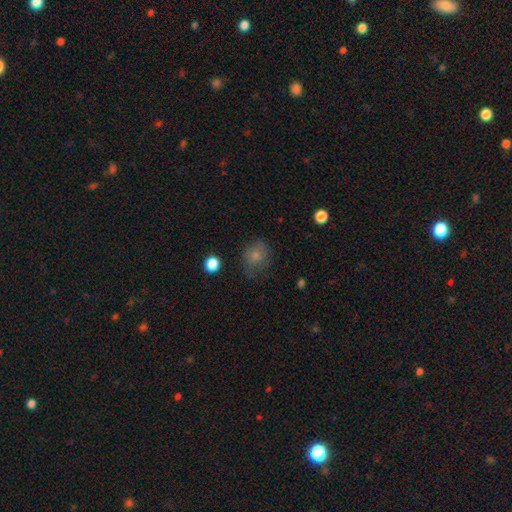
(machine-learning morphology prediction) This appears to be a smooth galaxy with no disk features (77%) that is round (66%). Merging: none (66%).